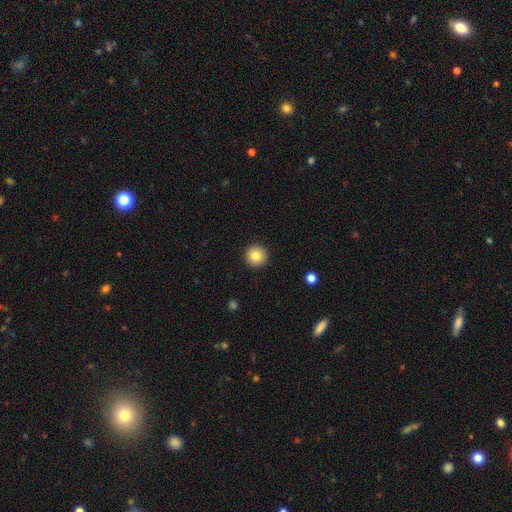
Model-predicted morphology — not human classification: Overall: smooth (83%). How rounded: round (96%). Merging: none (93%).